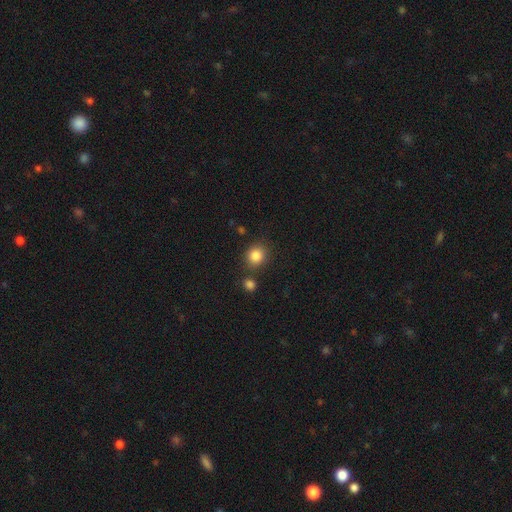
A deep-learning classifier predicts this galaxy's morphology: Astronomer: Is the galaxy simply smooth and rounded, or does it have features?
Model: smooth — 85%.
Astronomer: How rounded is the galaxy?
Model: round — 79%.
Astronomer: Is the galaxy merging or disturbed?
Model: none — 78%.